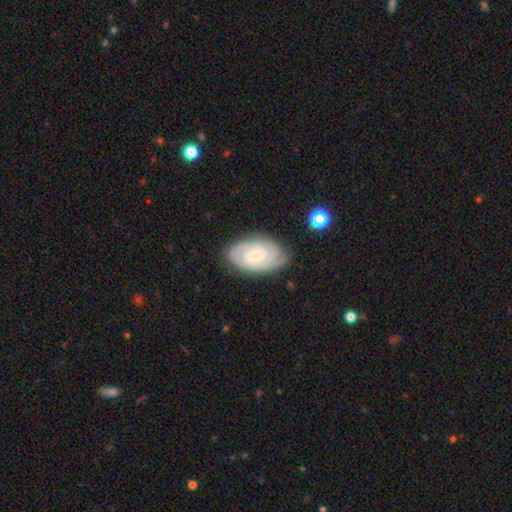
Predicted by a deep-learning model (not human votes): Overall: featured or disk (86%). Edge-on disk: no (97%). Bar: no (47%; weak 43%). Spiral arms: yes (98%). Spiral arm count: 2 (56%; 3 20%). Spiral winding: tight (71%). Bulge size: small (69%). Merging: none (81%).